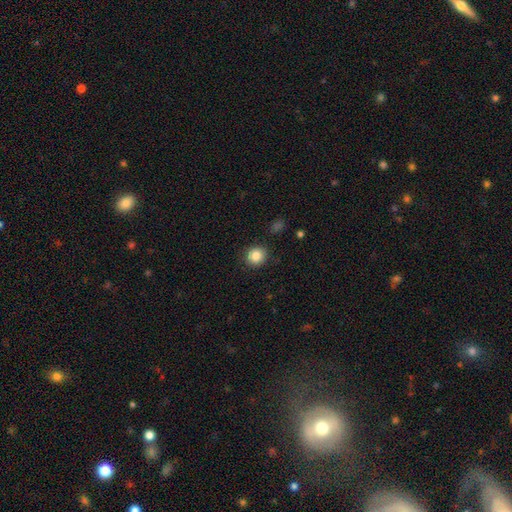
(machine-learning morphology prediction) Smooth or featured? smooth (86%)
How rounded? round (87%)
Merging? none (89%)